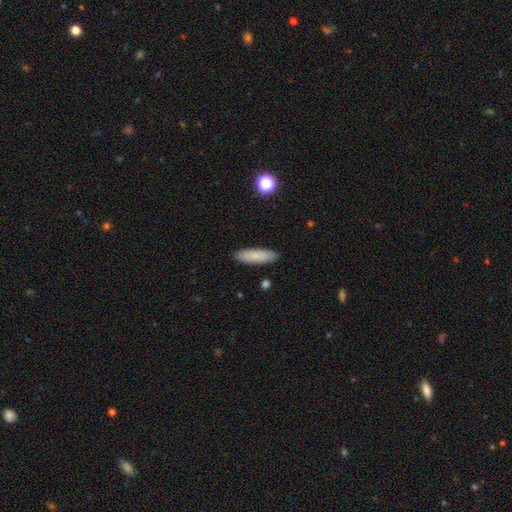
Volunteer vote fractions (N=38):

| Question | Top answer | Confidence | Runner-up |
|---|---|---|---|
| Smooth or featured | smooth | 87% | star or artifact (8%) |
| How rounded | cigar-shaped | 52% | in between (45%) |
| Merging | none | 97% | major disturbance (3%) |